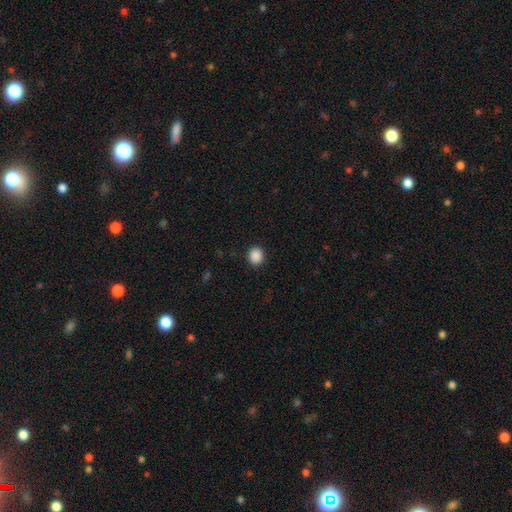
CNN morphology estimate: Smooth or featured?
  - smooth: 89% *
  - star or artifact: 9%
  - featured or disk: 2%
How rounded?
  - round: 78% *
  - in between: 21%
  - cigar-shaped: 1%
Merging?
  - none: 91% *
  - minor disturbance: 6%
  - major disturbance: 2%
  - merger: 1%